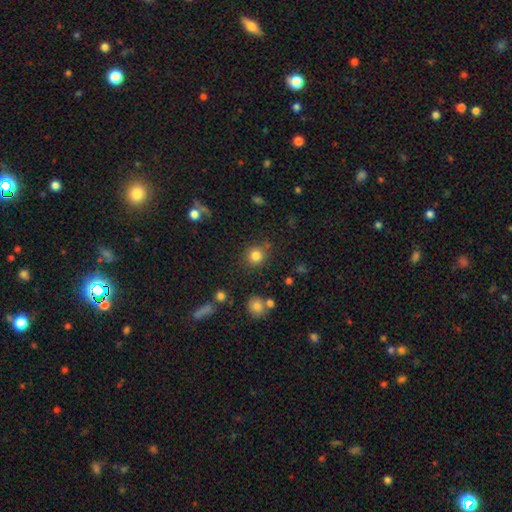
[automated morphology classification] smooth_or_featured: smooth (p=0.81) [alt: star or artifact p=0.13]
how_rounded: round (p=0.88) [alt: in between p=0.11]
merging: none (p=0.81) [alt: minor disturbance p=0.10]